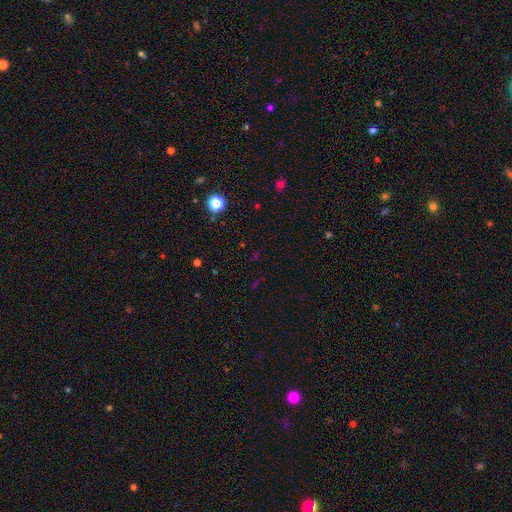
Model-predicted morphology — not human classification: smooth_or_featured: star or artifact (p=0.64) [alt: smooth p=0.29]